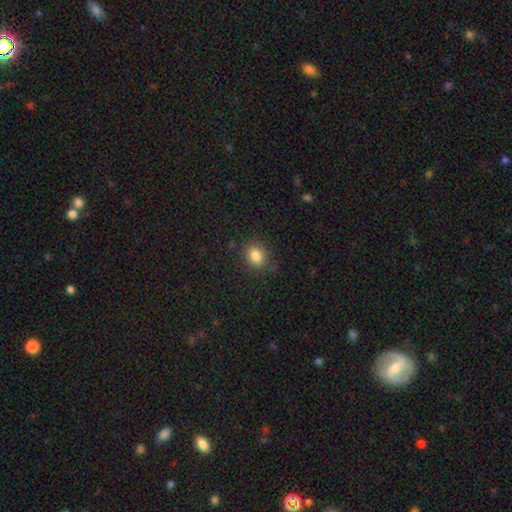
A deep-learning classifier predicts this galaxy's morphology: This is clearly a smooth galaxy (83%). How rounded: possibly round (59%). Merging: clearly none (84%).